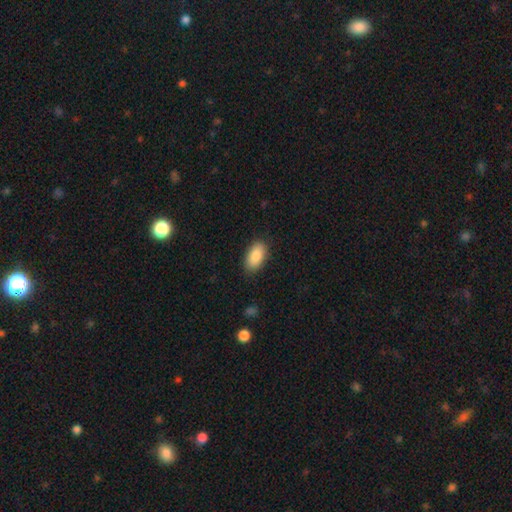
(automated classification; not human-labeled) Overall: smooth (88%). How rounded: in between (93%). Merging: none (86%).